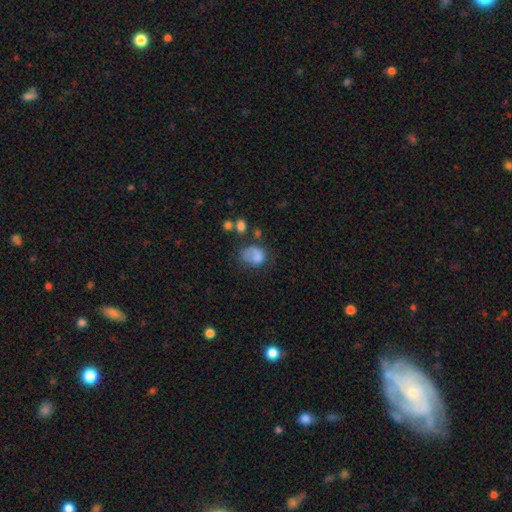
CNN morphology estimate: Smooth or featured?
  - smooth: 72% *
  - featured or disk: 17%
  - star or artifact: 11%
How rounded?
  - in between: 62% *
  - round: 36%
  - cigar-shaped: 1%
Merging?
  - major disturbance: 33% *
  - none: 30%
  - minor disturbance: 25%
  - merger: 11%